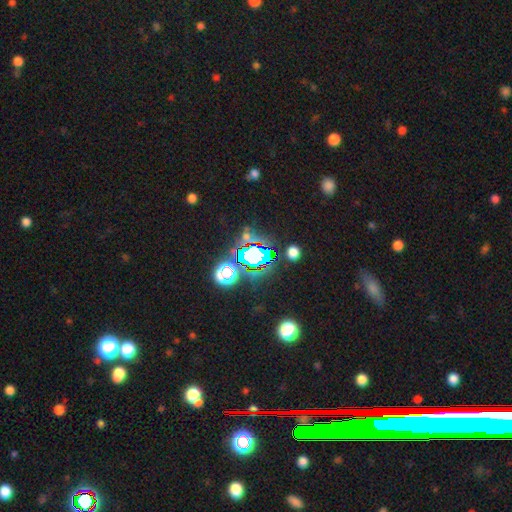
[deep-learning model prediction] A star or artifact, not a galaxy (68%).